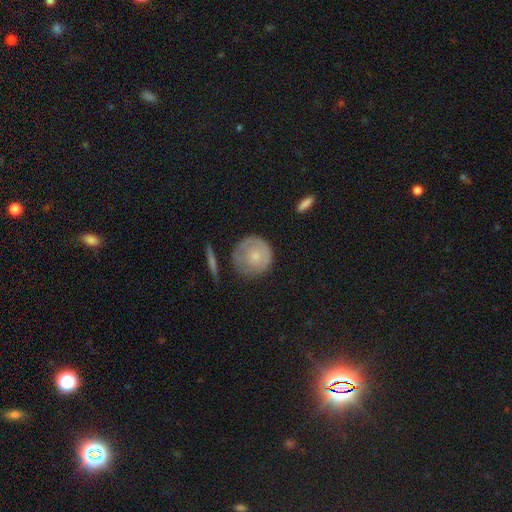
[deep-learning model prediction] Smooth or featured? smooth (62%)
How rounded? round (91%)
Merging? none (66%)